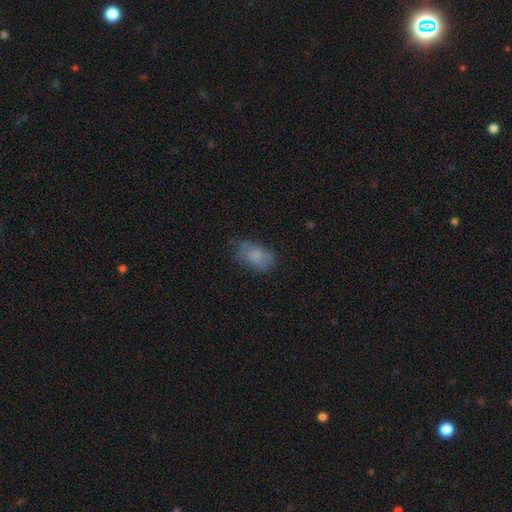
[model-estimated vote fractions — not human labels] This appears to be a smooth galaxy with no disk features (77%) that is in between round and cigar-shaped (88%). Merging: none (66%).